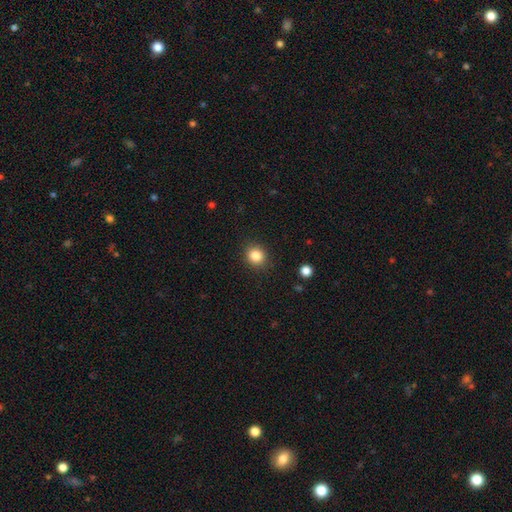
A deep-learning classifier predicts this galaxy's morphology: This is clearly a smooth galaxy (85%). How rounded: likely round (79%). Merging: clearly none (89%).